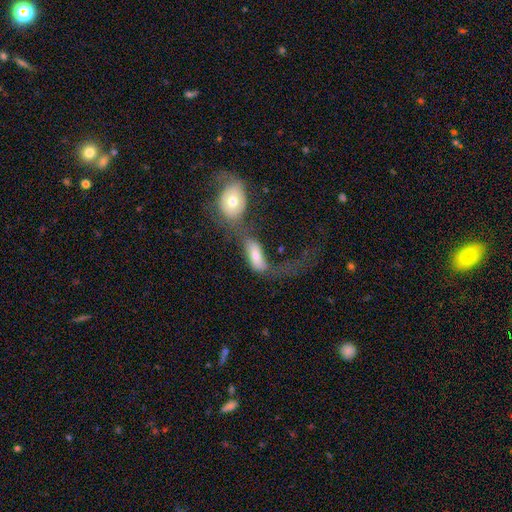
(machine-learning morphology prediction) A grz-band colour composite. It shows a smooth galaxy with no disk features (61%) that is in between round and cigar-shaped (82%). Merging: merger (55%).